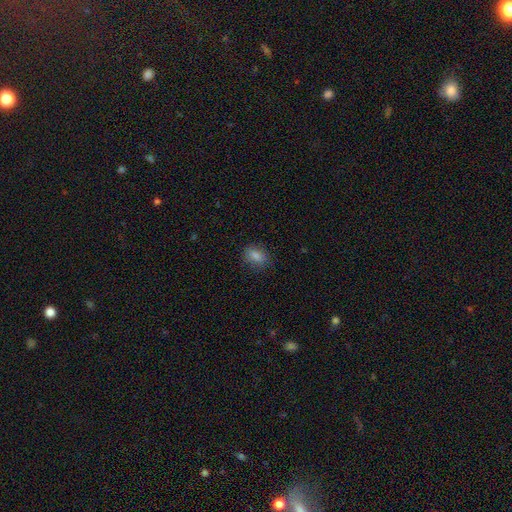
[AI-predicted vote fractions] smooth-or-featured: smooth: 75% | star or artifact: 14% | featured or disk: 11%
  how-rounded: in between: 71% | round: 25% | cigar-shaped: 4%
  merging: none: 84% | minor disturbance: 12% | major disturbance: 3% | merger: 1%